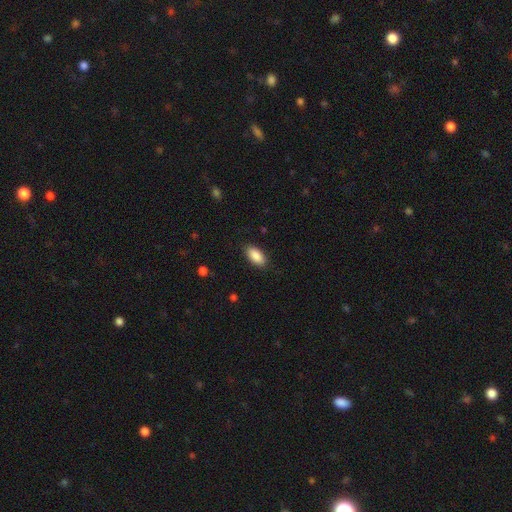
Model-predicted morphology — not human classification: Smooth or featured? smooth (89%)
How rounded? in between (91%)
Merging? none (87%)